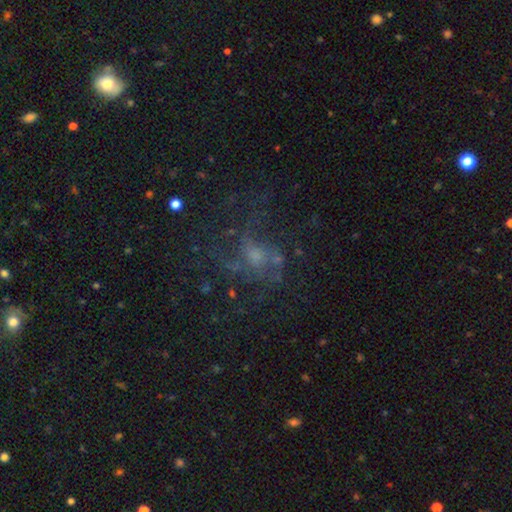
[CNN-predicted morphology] Smooth or featured? Predicted: featured or disk (p=0.56). Edge-on disk? Predicted: no (p=0.97). Bar? Predicted: no (p=0.71). Spiral arms? Predicted: yes (p=0.67). Bulge size? Predicted: small (p=0.39). Merging? Predicted: none (p=0.50).